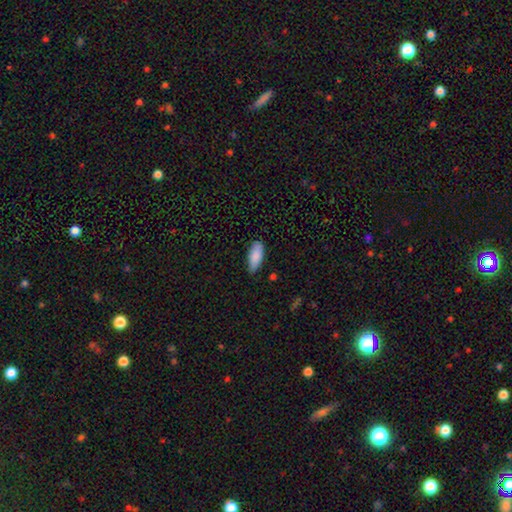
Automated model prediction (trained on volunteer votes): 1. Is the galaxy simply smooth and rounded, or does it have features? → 87% smooth, 7% featured or disk, 6% star or artifact.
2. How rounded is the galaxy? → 82% in between, 17% cigar-shaped, 2% round.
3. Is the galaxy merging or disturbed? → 76% none, 20% minor disturbance, 3% major disturbance, 1% merger.